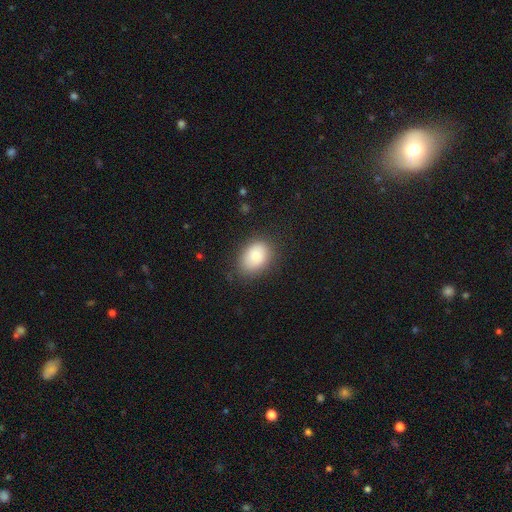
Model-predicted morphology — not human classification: Smooth or featured?
  - smooth: 83% *
  - featured or disk: 9%
  - star or artifact: 8%
How rounded?
  - in between: 76% *
  - round: 23%
  - cigar-shaped: 1%
Merging?
  - none: 78% *
  - minor disturbance: 16%
  - major disturbance: 4%
  - merger: 1%